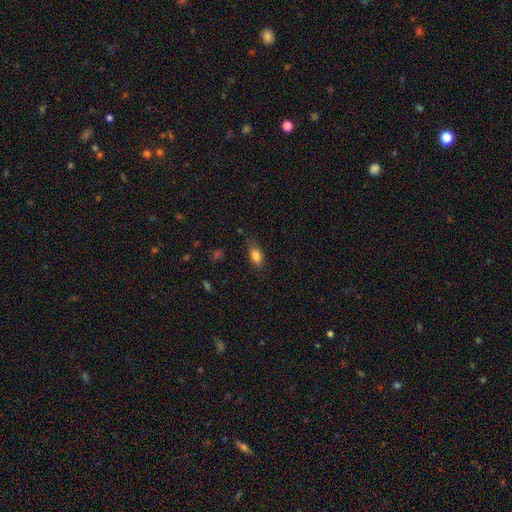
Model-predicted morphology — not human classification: Overall: smooth (83%). How rounded: in between (84%). Merging: none (72%).